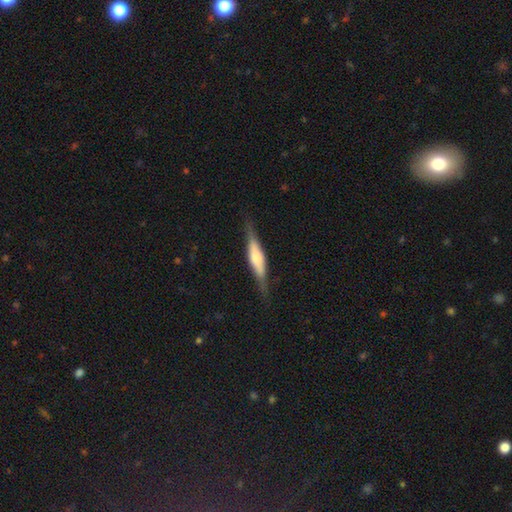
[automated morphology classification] smooth-or-featured: featured or disk: 56% | smooth: 38% | star or artifact: 6%
  disk-edge-on: yes: 95% | no: 5%
    edge-on-bulge: rounded: 59% | boxy: 32% | none: 10%
  merging: none: 81% | minor disturbance: 14% | major disturbance: 4% | merger: 1%